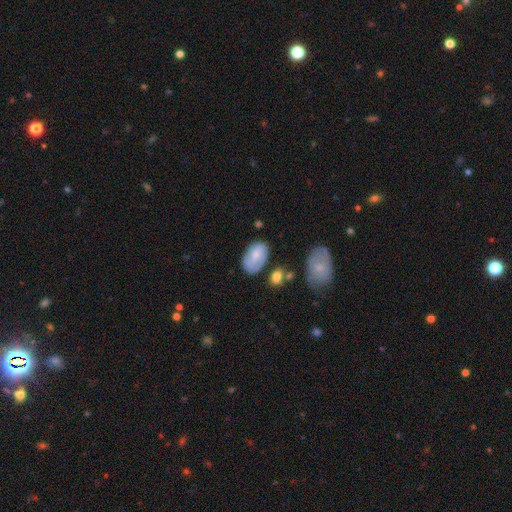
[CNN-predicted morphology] Smooth or featured? Predicted: smooth (p=0.70). How rounded? Predicted: in between (p=0.92). Merging? Predicted: none (p=0.59).